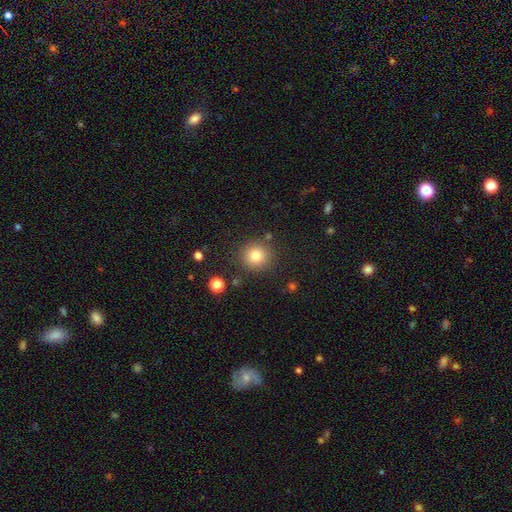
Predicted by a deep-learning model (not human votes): The model was most divided on "smooth or featured": smooth: 81%, star or artifact: 12%, featured or disk: 7%. More confident: how rounded — round (92%); merging — none (86%).